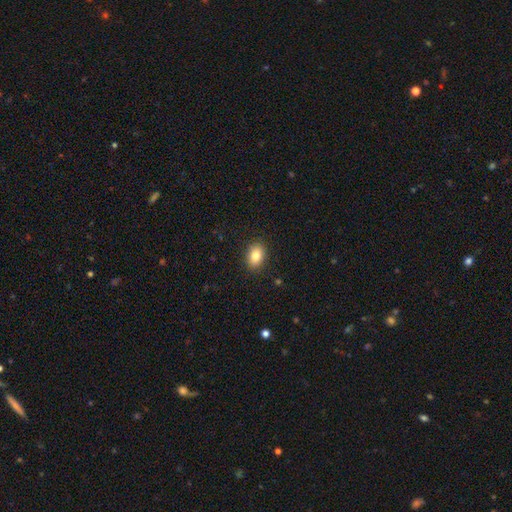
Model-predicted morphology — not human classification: This appears to be a smooth galaxy with no disk features (83%) that is in between round and cigar-shaped (79%). Merging: none (89%).